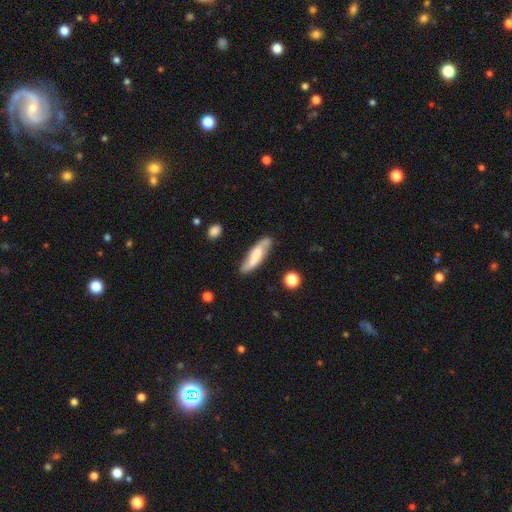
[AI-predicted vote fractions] This is possibly a smooth galaxy (50%). How rounded: likely cigar-shaped (64%). Merging: likely none (78%).